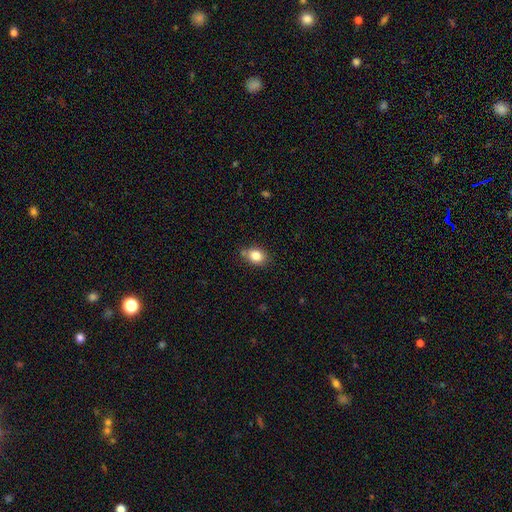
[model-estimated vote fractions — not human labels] This is clearly a smooth galaxy (83%). How rounded: possibly in between (55%). Merging: likely none (74%).